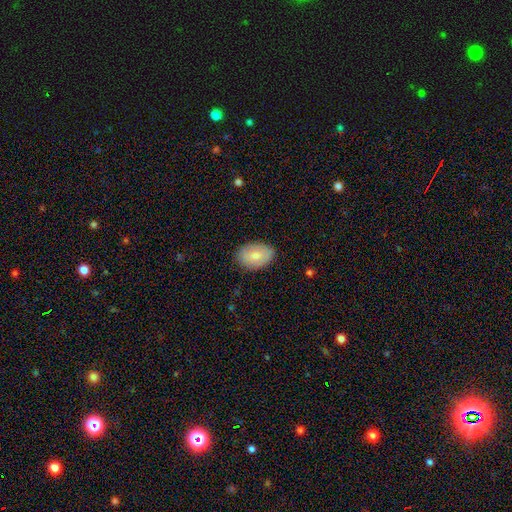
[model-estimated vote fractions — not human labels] Smooth or featured? smooth (74%)
How rounded? in between (87%)
Merging? none (85%)